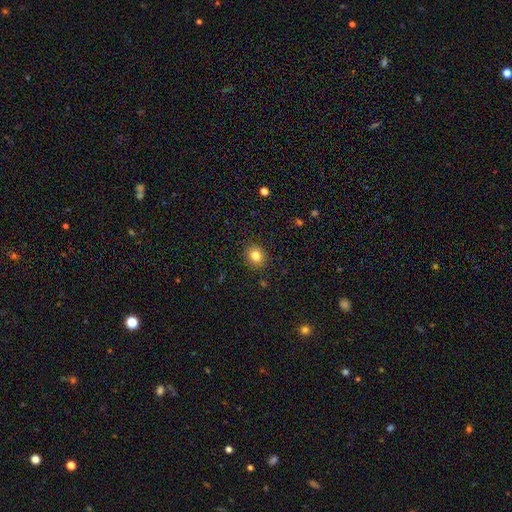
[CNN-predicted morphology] smooth 82%, star or artifact 12%, featured or disk 7%. Down the decision tree: how rounded — round (80%); merging — none (90%).